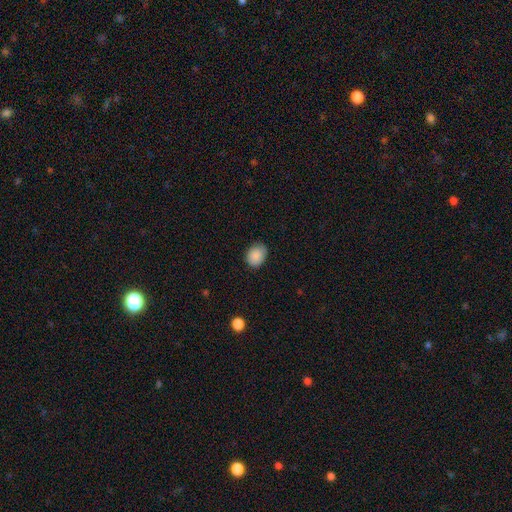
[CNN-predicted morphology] Smooth or featured: smooth — 88% (star or artifact — 8%)
How rounded: in between — 56% (round — 44%)
Merging: none — 80% (minor disturbance — 17%)